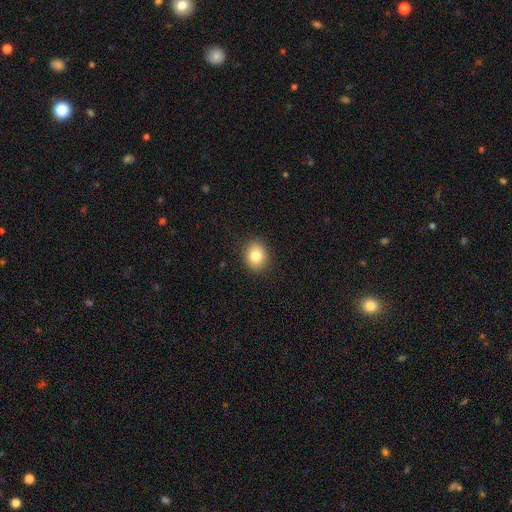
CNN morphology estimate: This is clearly a smooth galaxy (82%). How rounded: possibly round (52%). Merging: clearly none (89%).